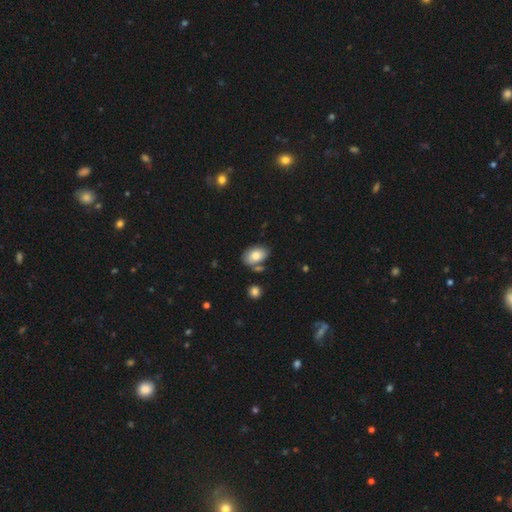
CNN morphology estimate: smooth_or_featured: smooth (p=0.78) [alt: featured or disk p=0.14]
how_rounded: in between (p=0.89) [alt: round p=0.10]
merging: none (p=0.64) [alt: minor disturbance p=0.18]